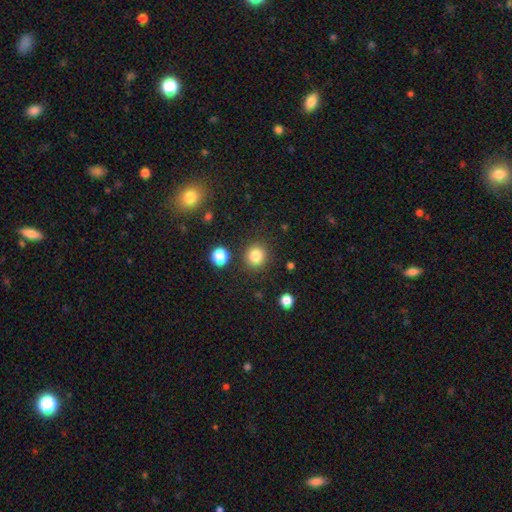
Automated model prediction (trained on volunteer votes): This is clearly a smooth galaxy (83%). How rounded: clearly round (90%). Merging: clearly none (86%).